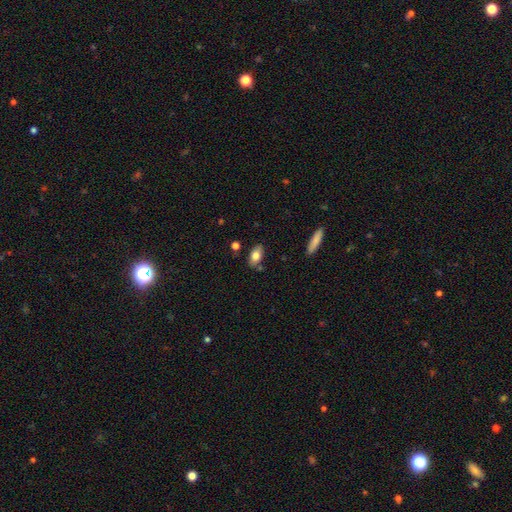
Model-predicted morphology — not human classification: smooth-or-featured: smooth: 77% | featured or disk: 16% | star or artifact: 7%
  how-rounded: in between: 90% | round: 5% | cigar-shaped: 5%
  merging: none: 80% | minor disturbance: 12% | merger: 5% | major disturbance: 3%